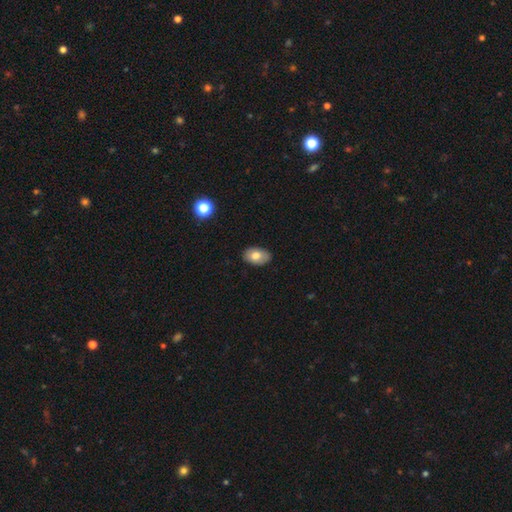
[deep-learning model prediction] This appears to be a smooth galaxy with no disk features (77%) that is in between round and cigar-shaped (89%). Merging: none (84%).